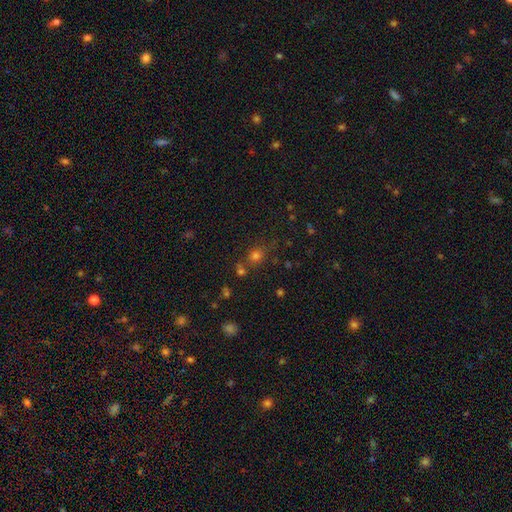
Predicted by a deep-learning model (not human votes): Overall: smooth (66%). How rounded: round (79%). Merging: none (69%).